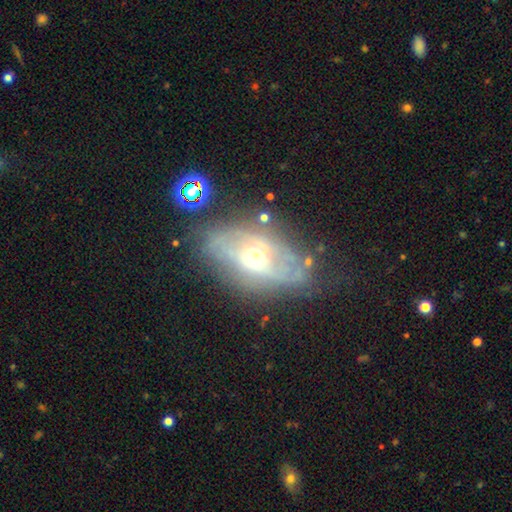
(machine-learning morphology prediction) Overall: featured or disk (72%). Edge-on disk: no (84%). Bar: no (60%; weak 28%). Spiral arms: yes (63%; no 37%). Bulge size: moderate (65%; small 25%). Merging: none (61%).